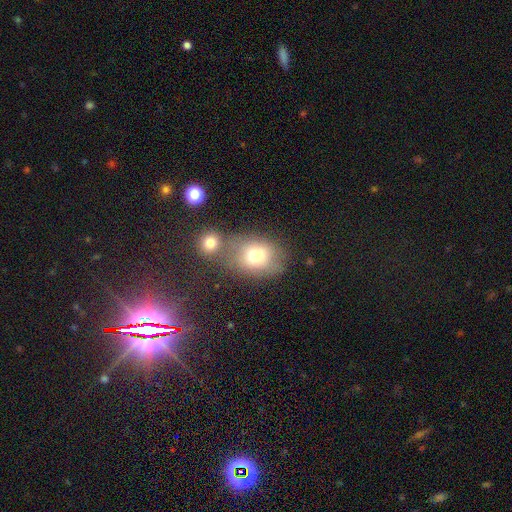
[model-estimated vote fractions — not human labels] Smooth or featured? Predicted: smooth (p=0.74). How rounded? Predicted: in between (p=0.59). Merging? Predicted: none (p=0.45).